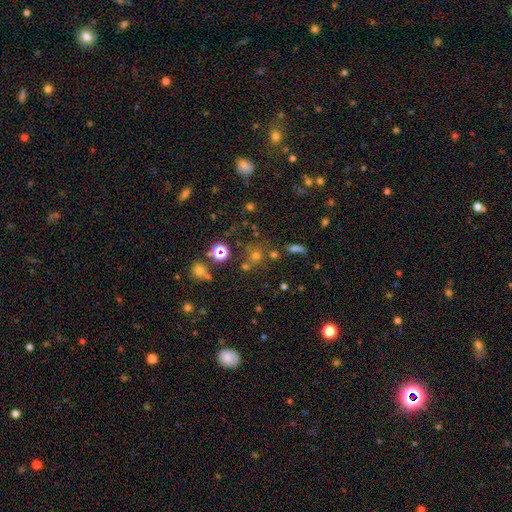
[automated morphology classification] Smooth or featured?
  - smooth: 52% *
  - star or artifact: 38%
  - featured or disk: 11%
How rounded?
  - round: 87% *
  - in between: 12%
  - cigar-shaped: 1%
Merging?
  - none: 67% *
  - merger: 17%
  - minor disturbance: 11%
  - major disturbance: 5%